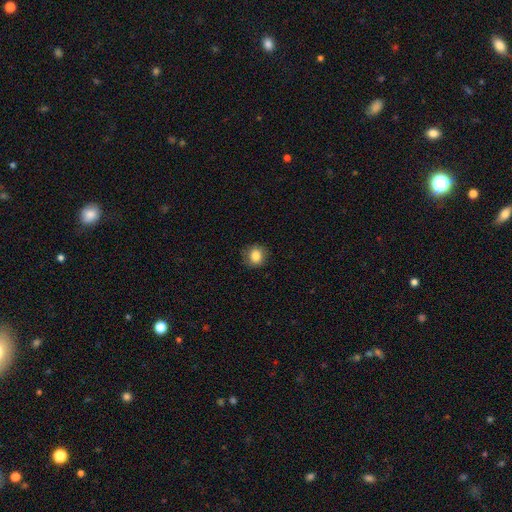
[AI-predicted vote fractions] Smooth or featured: smooth — 84% (star or artifact — 10%)
How rounded: round — 79% (in between — 20%)
Merging: none — 83% (minor disturbance — 13%)